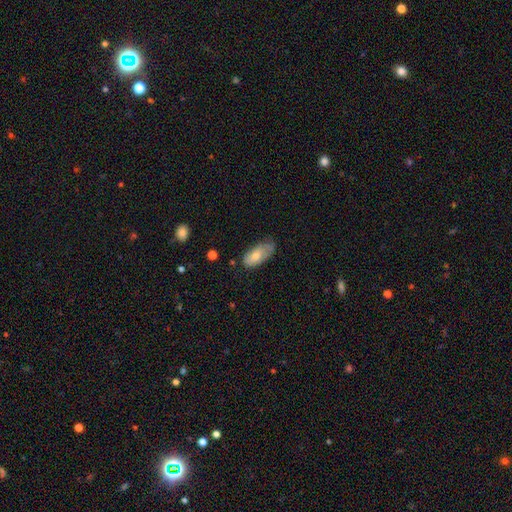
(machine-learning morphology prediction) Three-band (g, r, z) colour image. It shows a smooth galaxy with no disk features (69%) that is in between round and cigar-shaped (88%). Merging: none (55%).